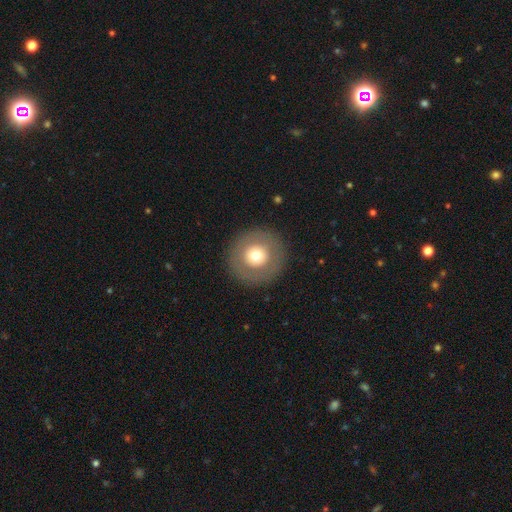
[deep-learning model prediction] Overall: smooth (63%; featured or disk 28%). How rounded: round (96%). Merging: none (89%).